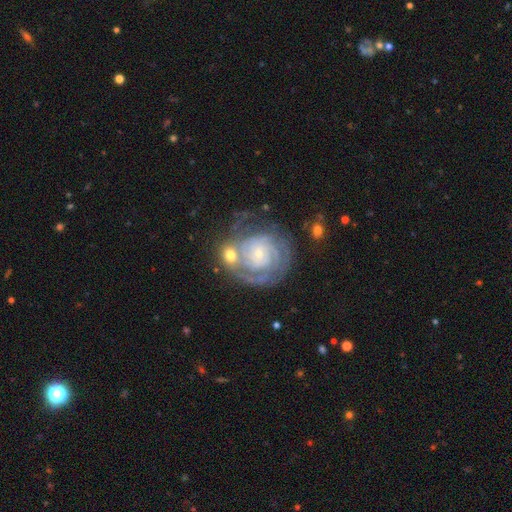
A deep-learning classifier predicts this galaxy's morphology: smooth-or-featured: featured or disk: 77% | smooth: 14% | star or artifact: 8%
  disk-edge-on: no: 97% | yes: 3%
    bar: no: 73% | weak: 22% | strong: 6%
    has-spiral-arms: yes: 88% | no: 12%
      spiral-winding: tight: 72% | medium: 21% | loose: 6%
      spiral-arm-count: can't tell: 41% | 2: 29% | 3: 12% | 1: 7% | 4: 5% | more than 4: 5%
    bulge-size: small: 72% | moderate: 21% | none: 3% | large: 2% | dominant: 1%
  merging: none: 56% | merger: 17% | minor disturbance: 16% | major disturbance: 11%